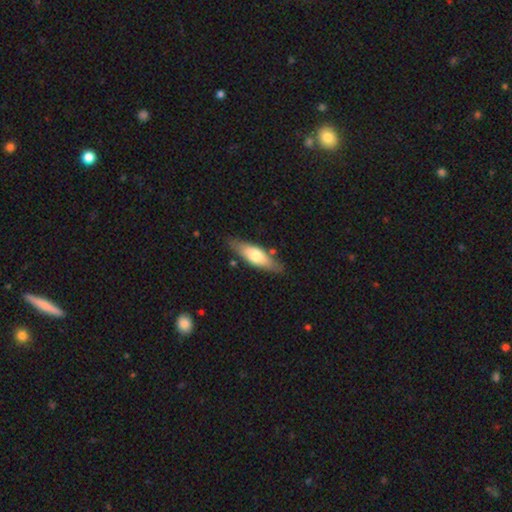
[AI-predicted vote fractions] Q: Smooth or featured?
A: smooth (62%); runner-up: featured or disk (32%)
Q: How rounded?
A: in between (53%); runner-up: cigar-shaped (45%)
Q: Merging?
A: none (79%); runner-up: minor disturbance (15%)